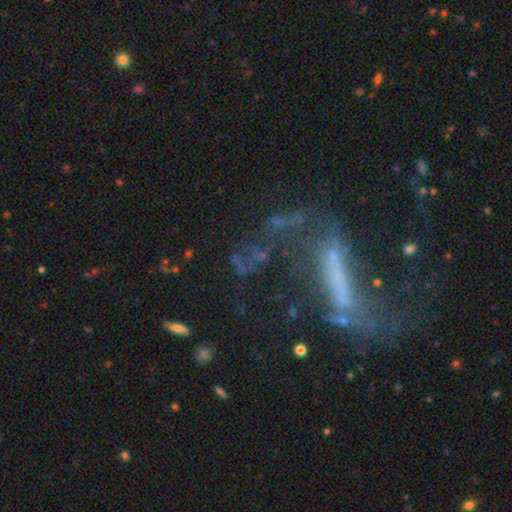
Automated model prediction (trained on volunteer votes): smooth_or_featured: featured or disk (p=0.63) [alt: star or artifact p=0.20]
disk_edge_on: no (p=0.77) [alt: yes p=0.23]
merging: none (p=0.40) [alt: major disturbance p=0.35]